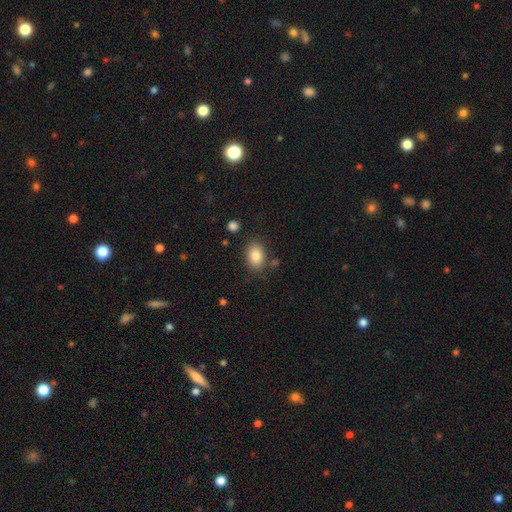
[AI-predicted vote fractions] smooth-or-featured: smooth: 85% | star or artifact: 8% | featured or disk: 7%
  how-rounded: in between: 82% | round: 17% | cigar-shaped: 1%
  merging: none: 80% | minor disturbance: 12% | merger: 4% | major disturbance: 4%